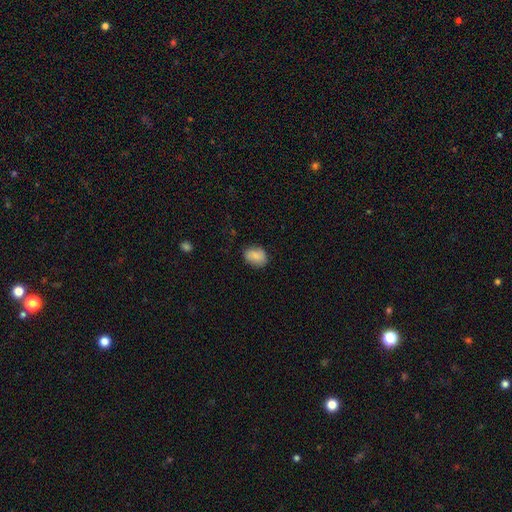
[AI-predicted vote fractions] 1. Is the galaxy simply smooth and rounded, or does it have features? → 82% smooth, 11% featured or disk, 8% star or artifact.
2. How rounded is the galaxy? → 70% in between, 29% round, 1% cigar-shaped.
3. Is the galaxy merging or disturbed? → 75% none, 19% minor disturbance, 4% major disturbance, 1% merger.